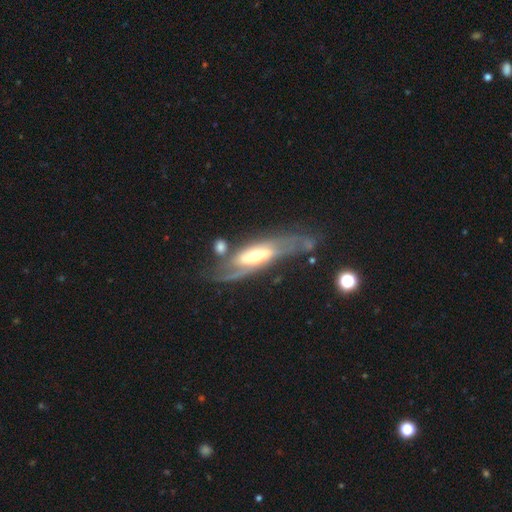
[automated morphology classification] Q: Smooth or featured?
A: featured or disk (80%); runner-up: smooth (14%)
Q: Edge-on disk?
A: no (77%); runner-up: yes (23%)
Q: Bar?
A: no (41%); runner-up: weak (33%)
Q: Spiral arms?
A: yes (84%); runner-up: no (16%)
Q: Spiral winding?
A: medium (42%); runner-up: tight (32%)
Q: Spiral arm count?
A: 2 (66%); runner-up: can't tell (21%)
Q: Bulge size?
A: moderate (60%); runner-up: small (27%)
Q: Merging?
A: none (53%); runner-up: minor disturbance (20%)